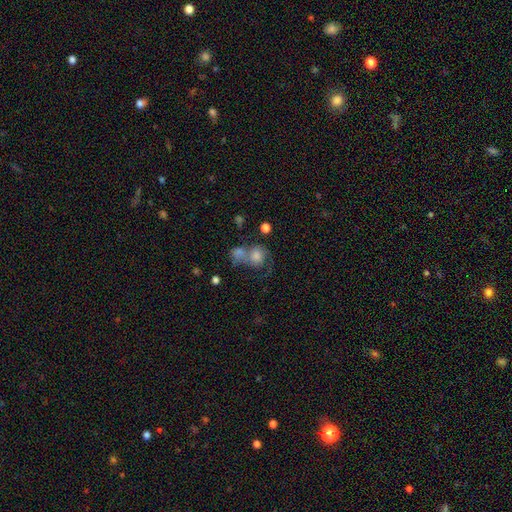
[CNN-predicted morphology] type=smooth (49%); merging=merger (47%).